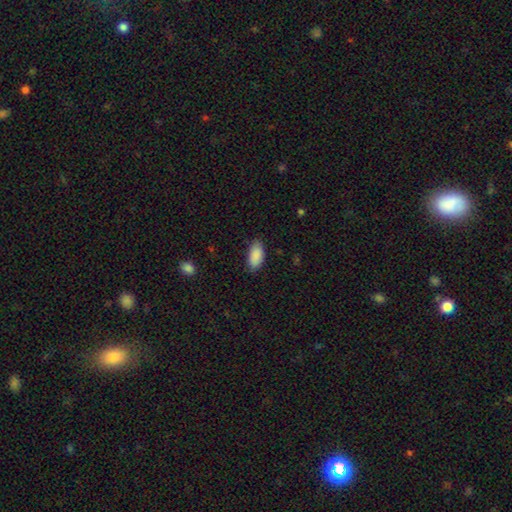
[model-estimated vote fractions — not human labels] Smooth or featured? Predicted: smooth (p=0.89). How rounded? Predicted: in between (p=0.92). Merging? Predicted: none (p=0.81).